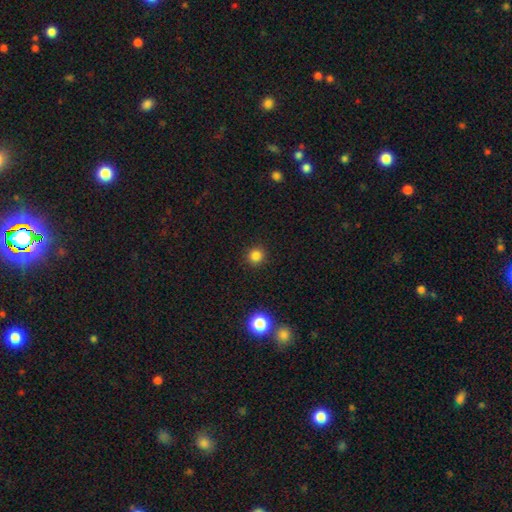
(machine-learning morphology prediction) Q: Smooth or featured?
A: smooth (83%); runner-up: star or artifact (13%)
Q: How rounded?
A: round (92%); runner-up: in between (8%)
Q: Merging?
A: none (92%); runner-up: minor disturbance (5%)